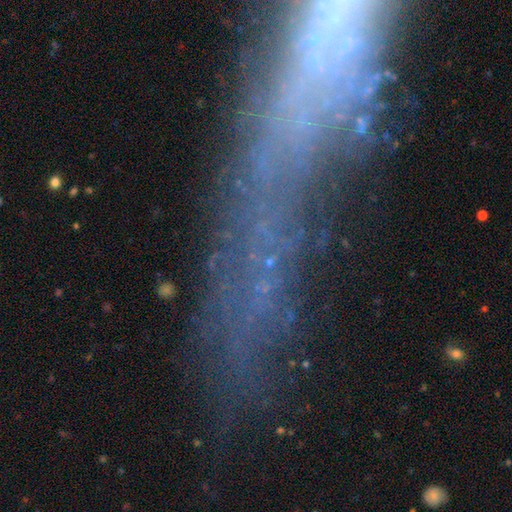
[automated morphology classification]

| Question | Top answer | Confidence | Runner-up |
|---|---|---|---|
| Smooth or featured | featured or disk | 40% | star or artifact (37%) |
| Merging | none | 59% | minor disturbance (17%) |